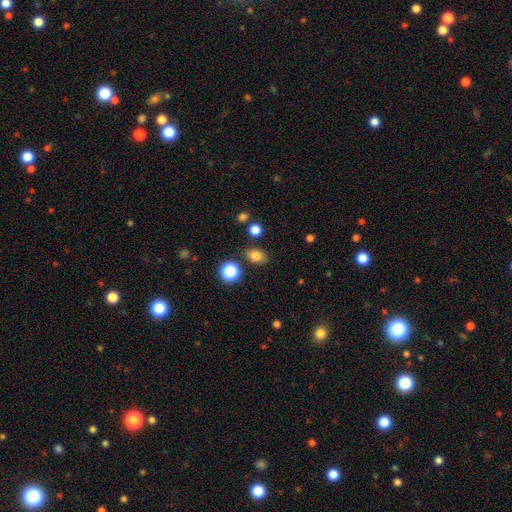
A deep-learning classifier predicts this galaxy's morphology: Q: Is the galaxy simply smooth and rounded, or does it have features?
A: smooth — 78%.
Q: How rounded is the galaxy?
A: in between — 72%.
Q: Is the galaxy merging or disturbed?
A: none — 81%.